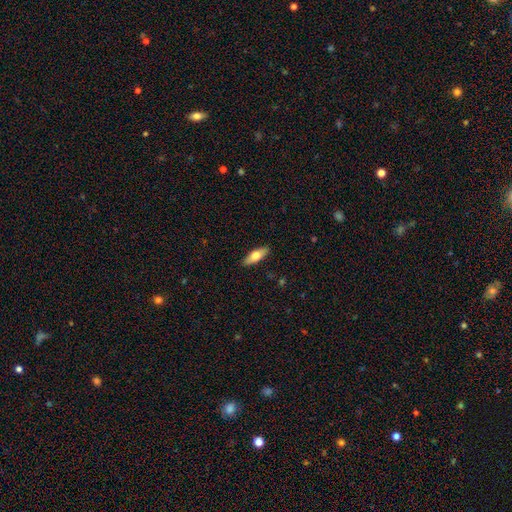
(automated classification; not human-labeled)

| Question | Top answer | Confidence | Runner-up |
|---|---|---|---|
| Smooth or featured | smooth | 60% | featured or disk (34%) |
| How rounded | in between | 59% | cigar-shaped (38%) |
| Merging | none | 90% | minor disturbance (8%) |